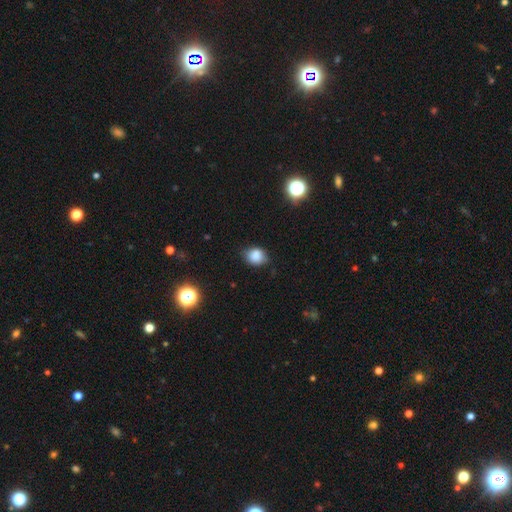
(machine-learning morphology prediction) A smooth galaxy with no disk features (84%) that is round (53%).

Vote fractions:
- Smooth or featured? smooth: 84% / star or artifact: 11% / featured or disk: 6%
- How rounded? round: 53% / in between: 46% / cigar-shaped: 1%
- Merging? none: 73% / minor disturbance: 21% / major disturbance: 4% / merger: 2%